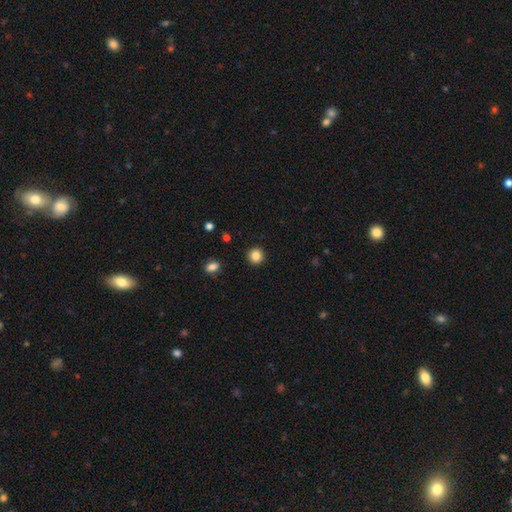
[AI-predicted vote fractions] Smooth or featured? smooth (85%)
How rounded? round (93%)
Merging? none (92%)